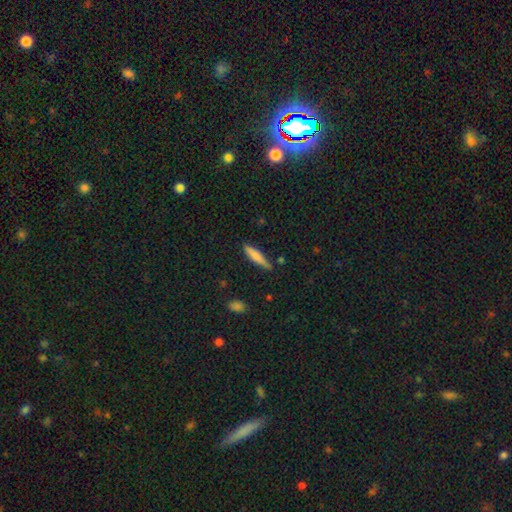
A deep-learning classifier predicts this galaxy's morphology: Smooth or featured: smooth — 71% (featured or disk — 23%)
How rounded: cigar-shaped — 86% (in between — 12%)
Merging: none — 80% (minor disturbance — 14%)